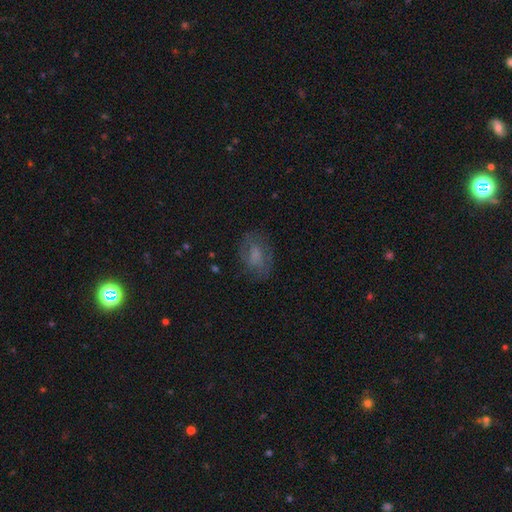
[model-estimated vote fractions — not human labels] Smooth or featured?
  - smooth: 48% *
  - featured or disk: 39%
  - star or artifact: 13%
Merging?
  - none: 70% *
  - minor disturbance: 18%
  - major disturbance: 11%
  - merger: 1%